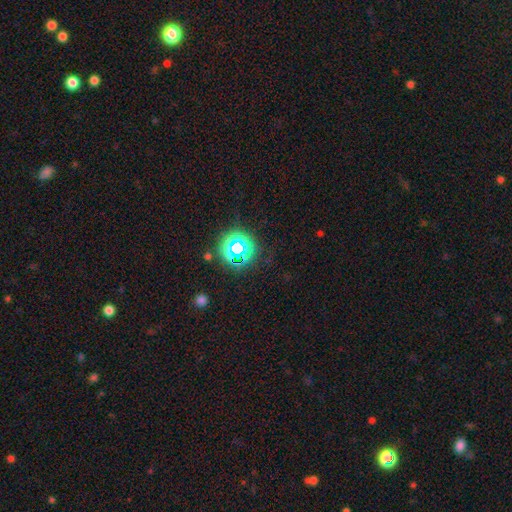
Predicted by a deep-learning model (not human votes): Morphology: type=star or artifact (68%).